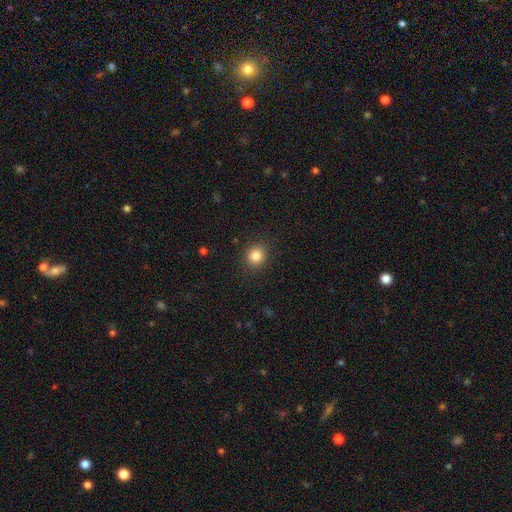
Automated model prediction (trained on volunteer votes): This appears to be a smooth galaxy with no disk features (84%) that is round (80%). Merging: none (89%).